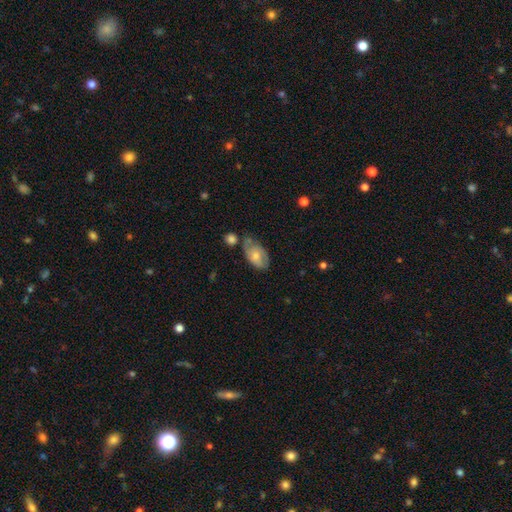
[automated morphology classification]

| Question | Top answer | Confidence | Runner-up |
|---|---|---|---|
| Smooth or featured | smooth | 54% | featured or disk (40%) |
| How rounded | in between | 91% | round (7%) |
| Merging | none | 50% | minor disturbance (28%) |